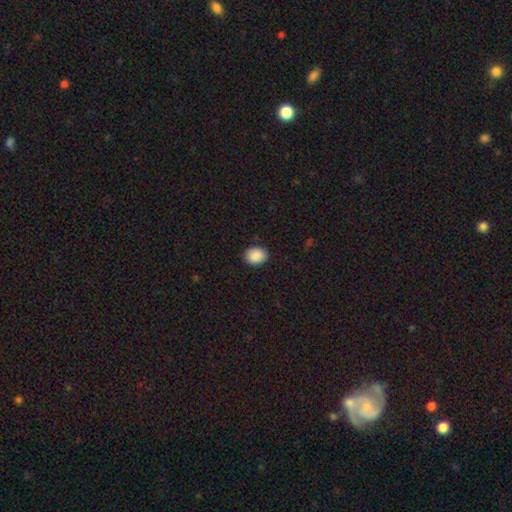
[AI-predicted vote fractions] Smooth or featured? smooth (90%)
How rounded? round (53%)
Merging? none (89%)